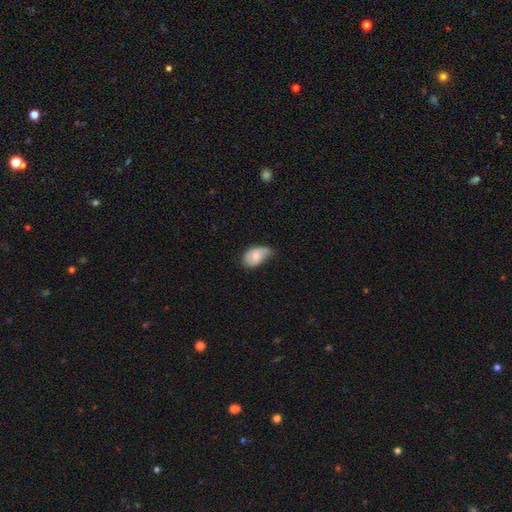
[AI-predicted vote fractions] Smooth or featured: smooth — 67% (featured or disk — 27%)
How rounded: in between — 90% (round — 9%)
Merging: minor disturbance — 49% (none — 34%)